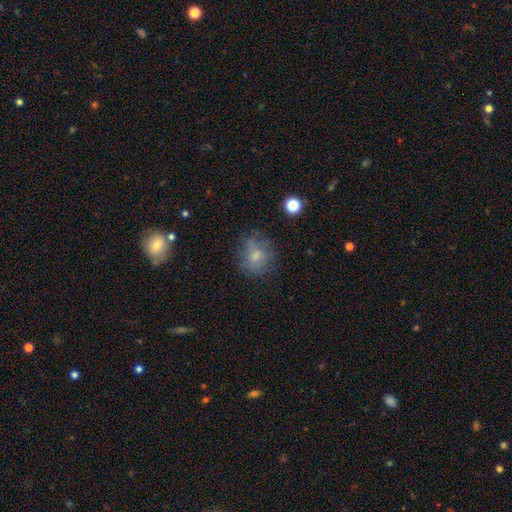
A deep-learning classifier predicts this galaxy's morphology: smooth 69%, featured or disk 19%, star or artifact 13%. Down the decision tree: how rounded — round (73%); merging — none (67%).